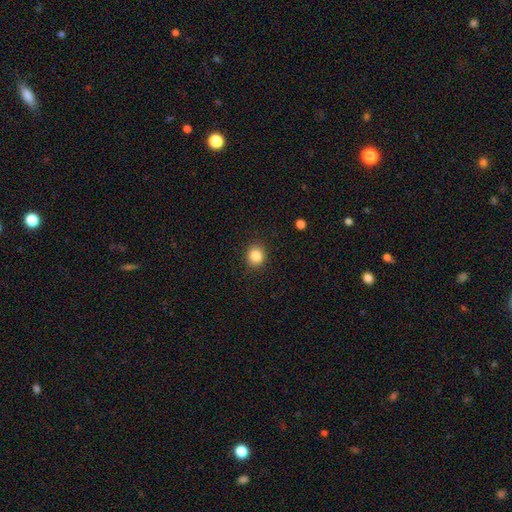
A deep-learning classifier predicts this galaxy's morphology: Q: Smooth or featured?
A: smooth (85%); runner-up: star or artifact (10%)
Q: How rounded?
A: round (81%); runner-up: in between (18%)
Q: Merging?
A: none (89%); runner-up: minor disturbance (7%)